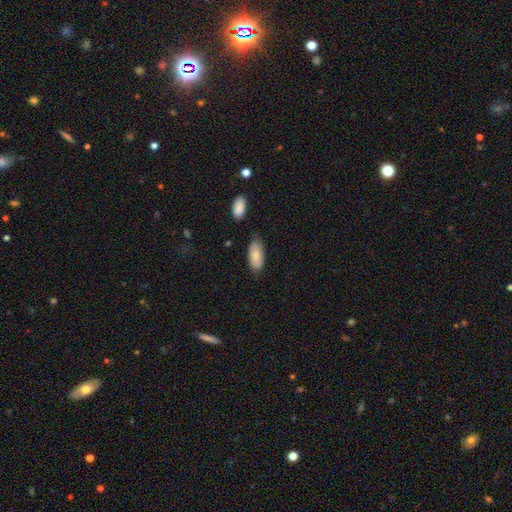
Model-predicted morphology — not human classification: smooth 83%, featured or disk 11%, star or artifact 6%. Down the decision tree: how rounded — in between (92%); merging — none (73%).